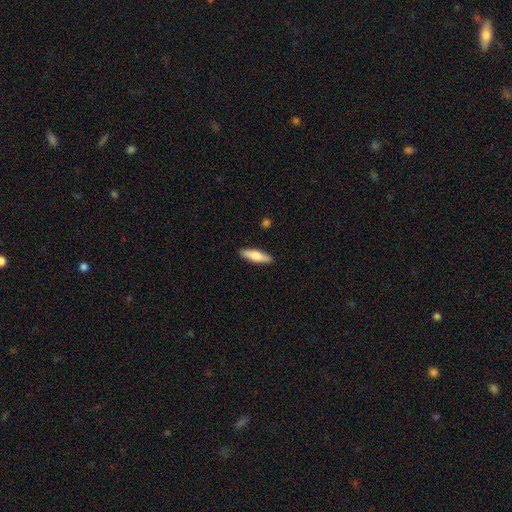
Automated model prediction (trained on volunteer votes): A smooth galaxy with no disk features (70%) that is cigar-shaped (65%). Merging: none (90%).